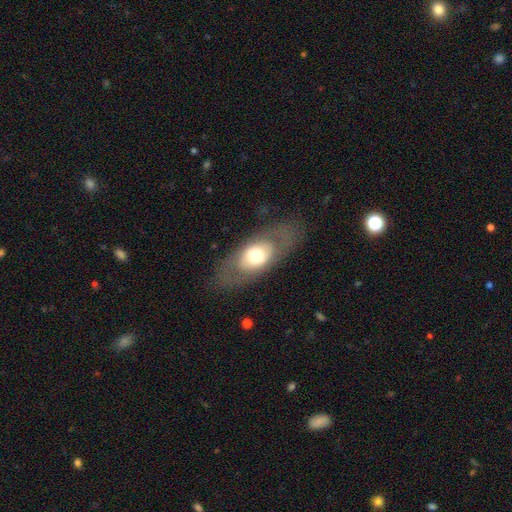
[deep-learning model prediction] Smooth or featured?
  - smooth: 51% *
  - featured or disk: 42%
  - star or artifact: 7%
How rounded?
  - in between: 85% *
  - round: 10%
  - cigar-shaped: 5%
Merging?
  - none: 77% *
  - minor disturbance: 12%
  - major disturbance: 9%
  - merger: 1%